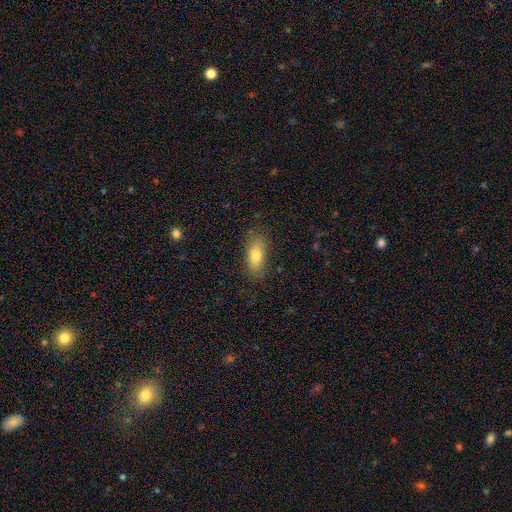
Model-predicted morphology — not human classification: This appears to be a smooth galaxy with no disk features (77%) that is in between round and cigar-shaped (85%). Merging: none (80%).